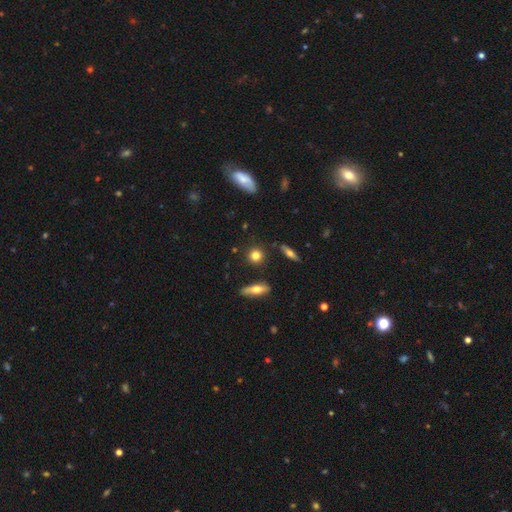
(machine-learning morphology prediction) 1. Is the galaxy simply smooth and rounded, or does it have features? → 78% smooth, 11% star or artifact, 11% featured or disk.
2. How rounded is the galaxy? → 85% round, 11% in between, 4% cigar-shaped.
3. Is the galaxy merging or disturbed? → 84% none, 9% minor disturbance, 4% merger, 3% major disturbance.